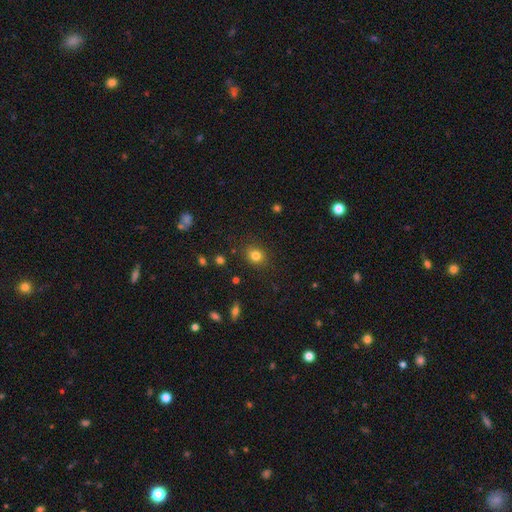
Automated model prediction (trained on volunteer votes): smooth_or_featured: smooth (p=0.80) [alt: star or artifact p=0.13]
how_rounded: round (p=0.66) [alt: in between p=0.33]
merging: none (p=0.86) [alt: minor disturbance p=0.09]